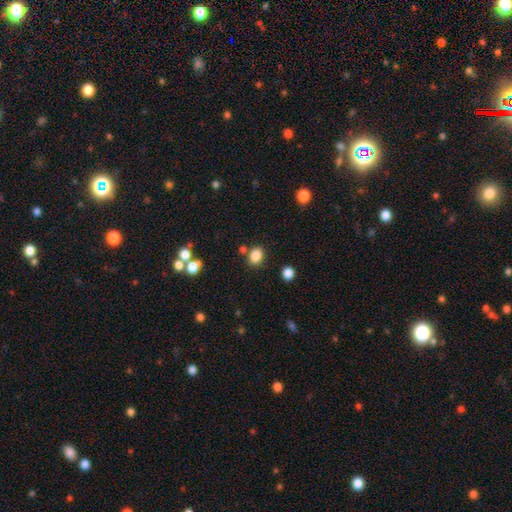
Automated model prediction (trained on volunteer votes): smooth-or-featured: smooth: 84% | star or artifact: 11% | featured or disk: 5%
  how-rounded: in between: 62% | round: 37% | cigar-shaped: 1%
  merging: none: 77% | minor disturbance: 11% | merger: 8% | major disturbance: 4%